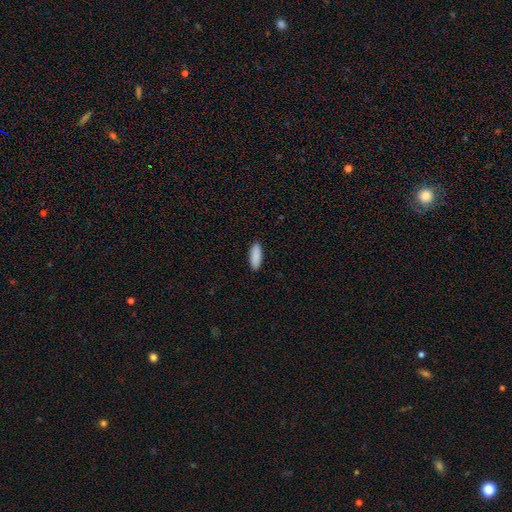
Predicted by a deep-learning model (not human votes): smooth-or-featured: smooth: 91% | star or artifact: 6% | featured or disk: 4%
  how-rounded: in between: 66% | cigar-shaped: 33% | round: 2%
  merging: none: 91% | minor disturbance: 7% | major disturbance: 2% | merger: 1%